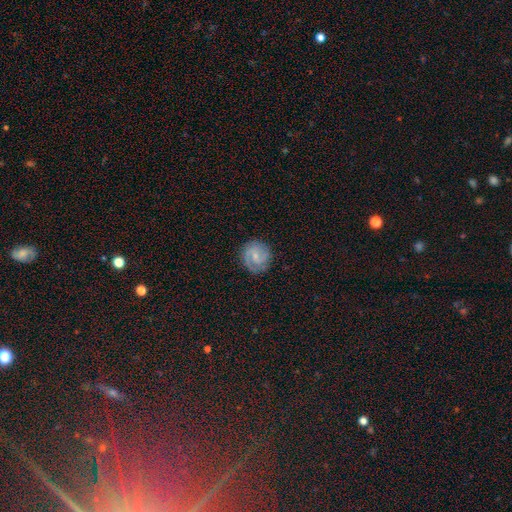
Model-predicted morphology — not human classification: smooth-or-featured: featured or disk: 78% | smooth: 16% | star or artifact: 6%
  disk-edge-on: no: 98% | yes: 2%
    bar: no: 48% | weak: 44% | strong: 8%
    has-spiral-arms: yes: 96% | no: 4%
      spiral-winding: tight: 52% | medium: 39% | loose: 9%
      spiral-arm-count: 2: 70% | 3: 10% | can't tell: 10% | 1: 5% | 4: 2% | more than 4: 2%
    bulge-size: small: 70% | moderate: 21% | none: 7% | large: 1% | dominant: 1%
  merging: none: 82% | minor disturbance: 13% | major disturbance: 4% | merger: 1%